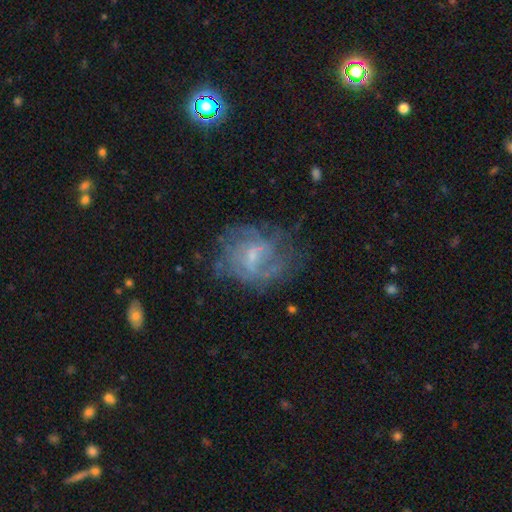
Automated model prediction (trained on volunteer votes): featured or disk 66%, smooth 17%, star or artifact 17%. Down the decision tree: edge-on disk — no (97%); bar — weak (53%); spiral arms — yes (77%); bulge size — small (56%); merging — none (64%).